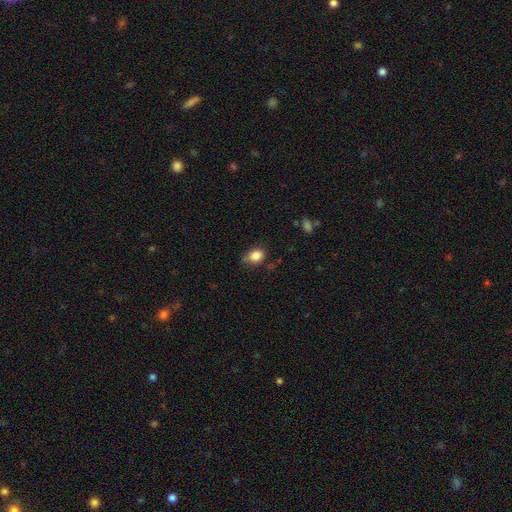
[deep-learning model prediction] smooth-or-featured: smooth: 84% | star or artifact: 9% | featured or disk: 6%
  how-rounded: in between: 54% | round: 45% | cigar-shaped: 1%
  merging: none: 59% | minor disturbance: 31% | major disturbance: 7% | merger: 3%